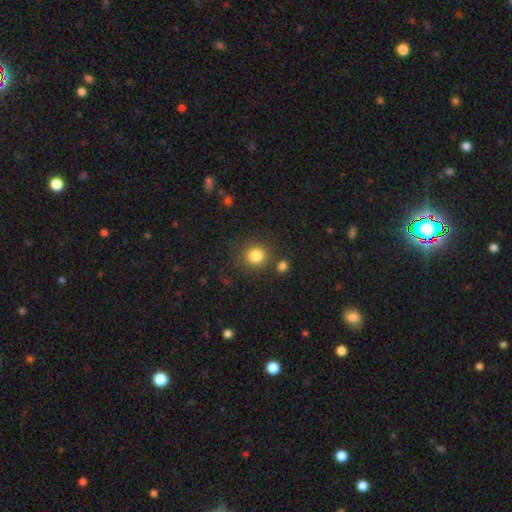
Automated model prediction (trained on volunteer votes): Morphology: type=smooth (83%); roundness=round (89%); merging=none (79%).